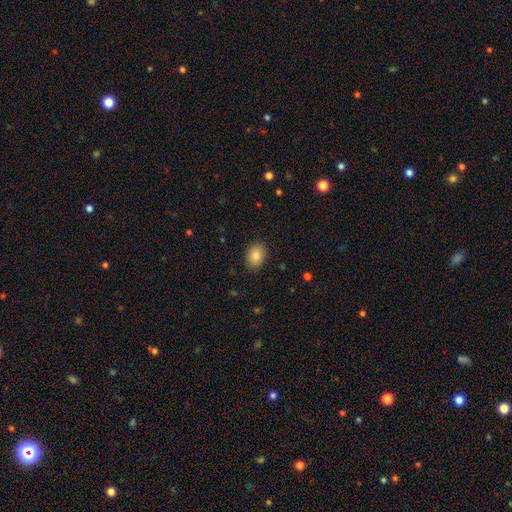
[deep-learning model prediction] Smooth or featured?
  - smooth: 85% *
  - star or artifact: 8%
  - featured or disk: 6%
How rounded?
  - in between: 72% *
  - round: 27%
  - cigar-shaped: 1%
Merging?
  - none: 87% *
  - minor disturbance: 10%
  - major disturbance: 3%
  - merger: 1%